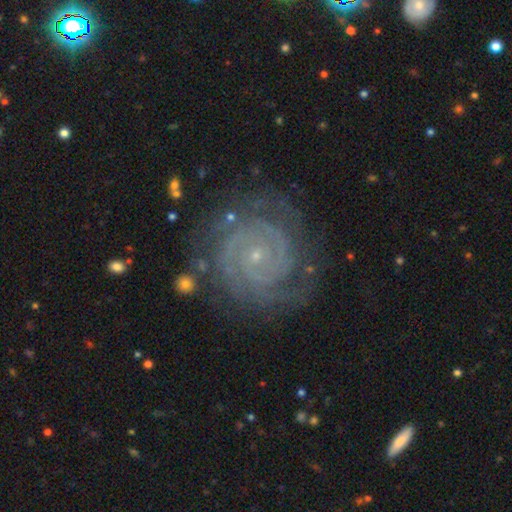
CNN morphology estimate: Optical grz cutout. It shows a featured or disk galaxy (88%) with no bar (76%), 2 (57%) tight (82%) spiral arms (98%) and a small central bulge (86%). Merging: none (79%).